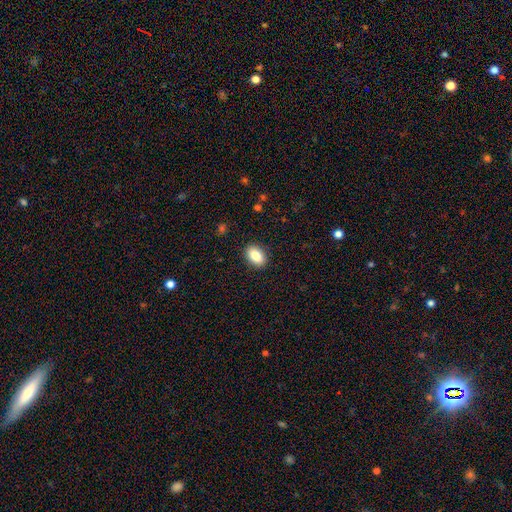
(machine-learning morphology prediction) smooth_or_featured: smooth (p=0.84) [alt: featured or disk p=0.08]
how_rounded: in between (p=0.84) [alt: round p=0.14]
merging: none (p=0.90) [alt: minor disturbance p=0.07]